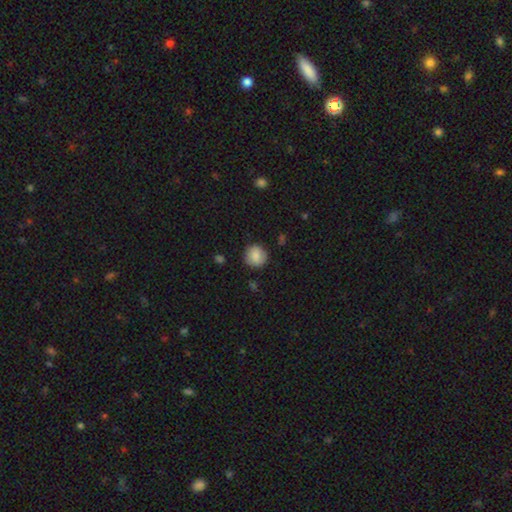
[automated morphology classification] Overall: smooth (83%). How rounded: round (91%). Merging: none (85%).